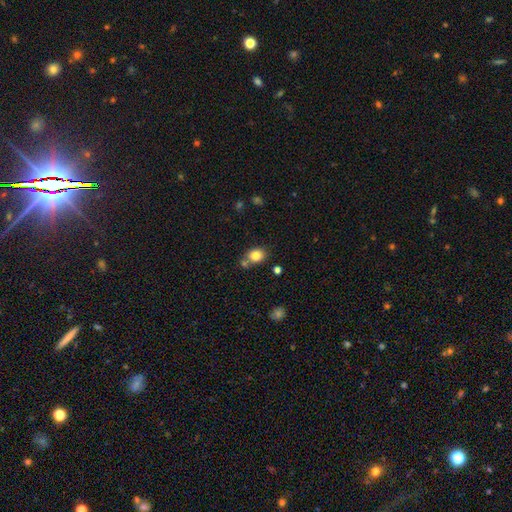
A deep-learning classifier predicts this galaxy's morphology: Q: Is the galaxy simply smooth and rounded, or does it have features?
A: smooth — 82%.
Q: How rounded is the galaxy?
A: round — 55%.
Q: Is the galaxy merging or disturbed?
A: none — 64%.